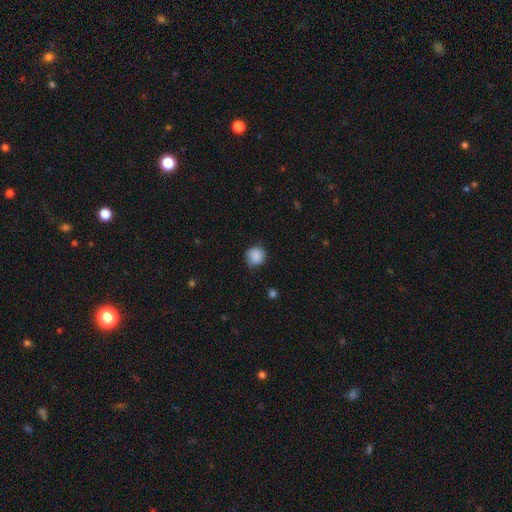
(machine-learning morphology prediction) This is clearly a smooth galaxy (87%). How rounded: clearly round (90%). Merging: likely none (79%).